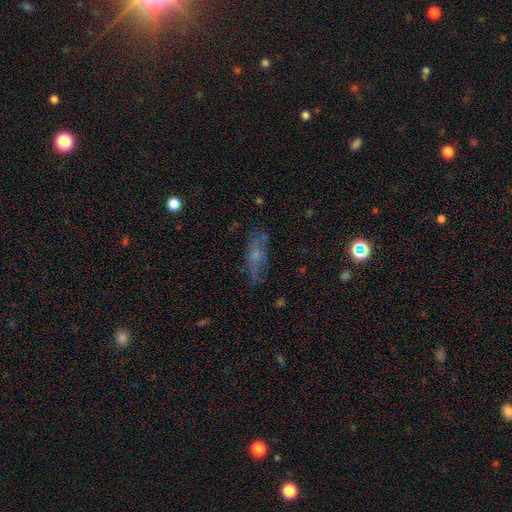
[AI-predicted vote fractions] This appears to be a featured or disk galaxy (46%). Merging: none (62%).